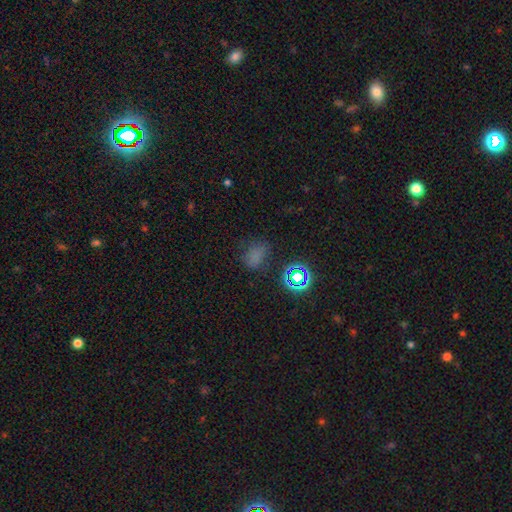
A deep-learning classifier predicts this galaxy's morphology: smooth-or-featured: smooth: 60% | star or artifact: 32% | featured or disk: 8%
  how-rounded: in between: 63% | round: 35% | cigar-shaped: 2%
  merging: none: 63% | minor disturbance: 22% | major disturbance: 11% | merger: 4%